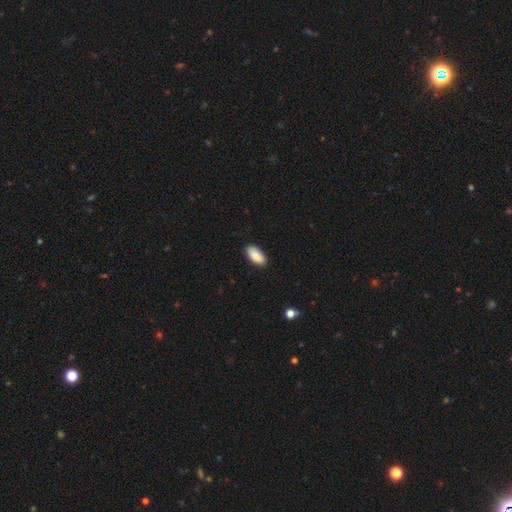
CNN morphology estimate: Smooth or featured?
  - smooth: 90% *
  - star or artifact: 6%
  - featured or disk: 4%
How rounded?
  - in between: 90% *
  - cigar-shaped: 8%
  - round: 2%
Merging?
  - none: 89% *
  - minor disturbance: 9%
  - major disturbance: 2%
  - merger: 1%